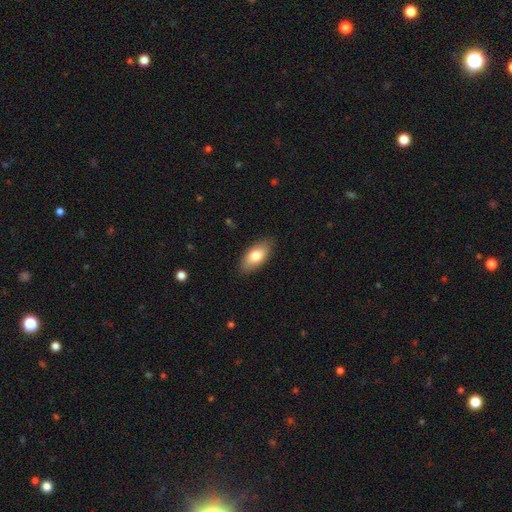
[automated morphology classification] The model was most divided on "smooth or featured": smooth: 79%, featured or disk: 15%, star or artifact: 6%. More confident: how rounded — in between (90%); merging — none (87%).